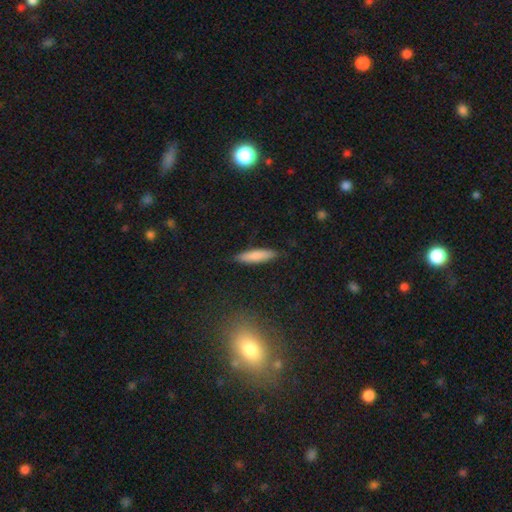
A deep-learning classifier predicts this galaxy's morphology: smooth_or_featured: smooth (p=0.82) [alt: featured or disk p=0.12]
how_rounded: cigar-shaped (p=0.74) [alt: in between p=0.24]
merging: none (p=0.87) [alt: minor disturbance p=0.10]